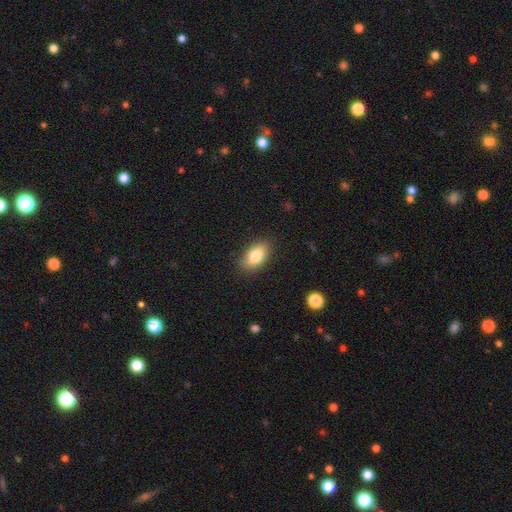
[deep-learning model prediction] Overall: smooth (83%). How rounded: in between (91%). Merging: none (85%).